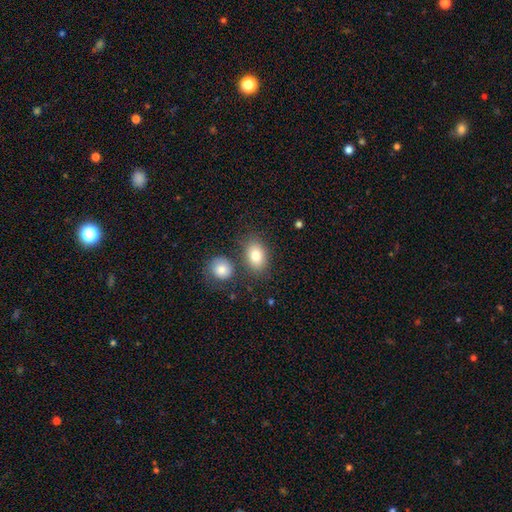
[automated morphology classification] This is clearly a smooth galaxy (81%). How rounded: likely in between (77%). Merging: likely none (70%).